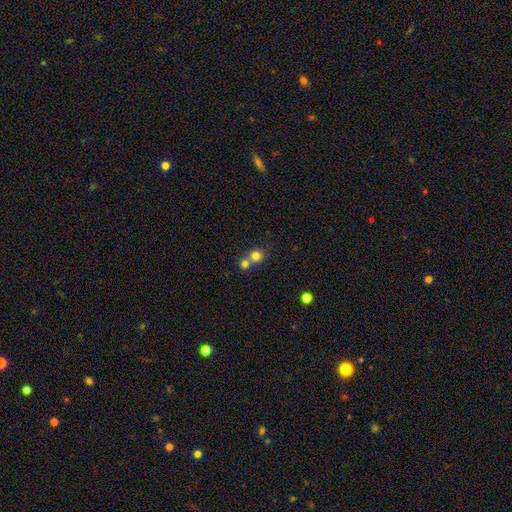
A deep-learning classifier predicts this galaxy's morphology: The model was most divided on "merging": merger: 52%, none: 40%, minor disturbance: 5%, major disturbance: 2%. More confident: how rounded — round (84%); smooth or featured — smooth (77%).